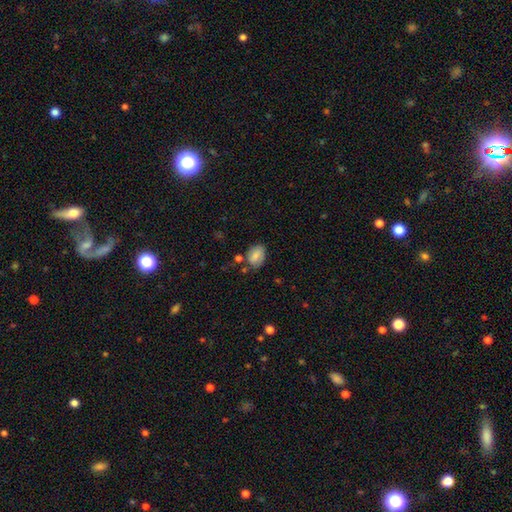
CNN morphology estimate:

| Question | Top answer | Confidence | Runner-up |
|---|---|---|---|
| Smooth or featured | smooth | 79% | featured or disk (13%) |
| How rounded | in between | 77% | round (22%) |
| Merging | none | 64% | minor disturbance (22%) |